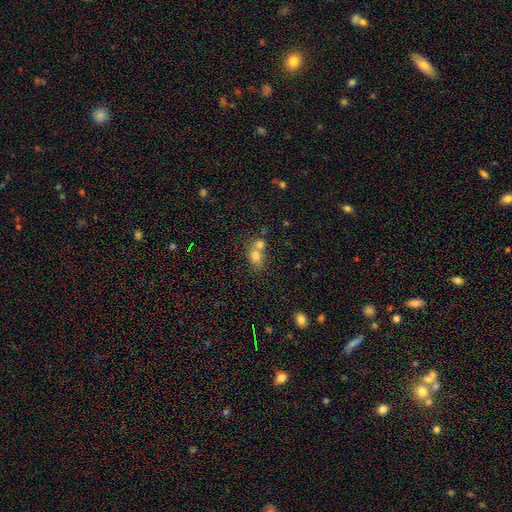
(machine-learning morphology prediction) Smooth or featured: smooth — 75% (featured or disk — 13%)
How rounded: in between — 52% (round — 47%)
Merging: merger — 56% (none — 33%)